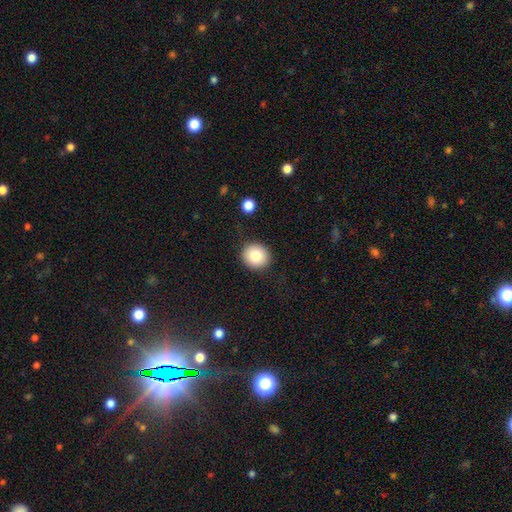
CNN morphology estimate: Smooth or featured? smooth (81%)
How rounded? round (86%)
Merging? none (89%)